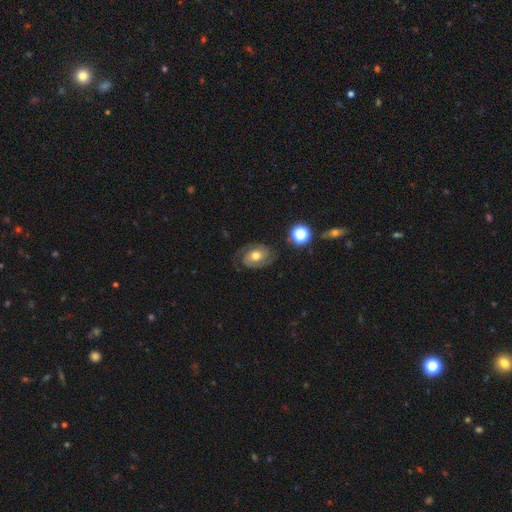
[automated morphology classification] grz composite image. It shows a featured or disk galaxy (67%) with no bar (70%), 2 (81%) medium (43%) spiral arms (89%) and a moderate central bulge (75%). Merging: none (72%).